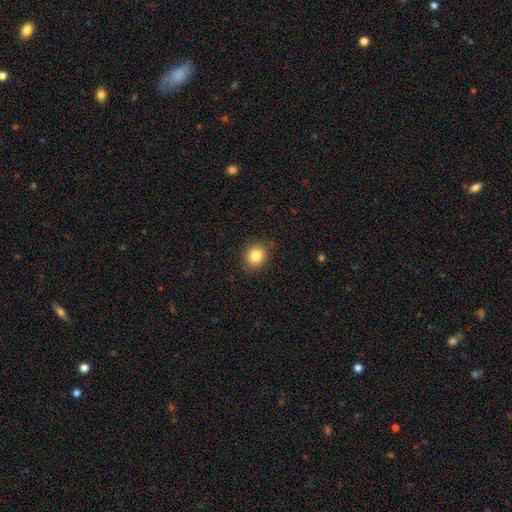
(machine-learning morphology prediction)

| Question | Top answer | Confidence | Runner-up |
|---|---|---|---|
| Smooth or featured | smooth | 84% | star or artifact (10%) |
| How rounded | round | 78% | in between (22%) |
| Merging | none | 89% | minor disturbance (8%) |